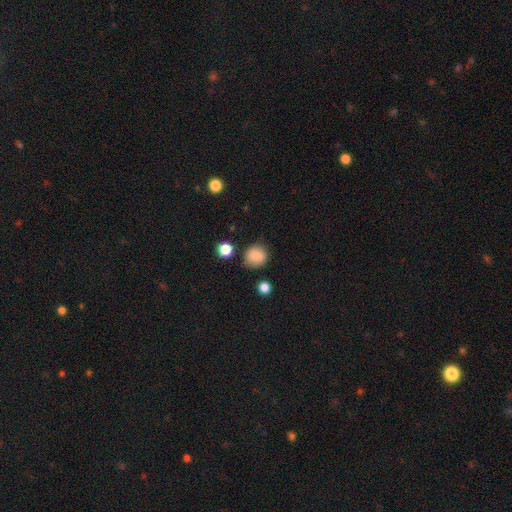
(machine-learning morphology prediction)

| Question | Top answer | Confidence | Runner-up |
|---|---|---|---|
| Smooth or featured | smooth | 84% | star or artifact (10%) |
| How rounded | round | 82% | in between (17%) |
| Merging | none | 79% | minor disturbance (14%) |